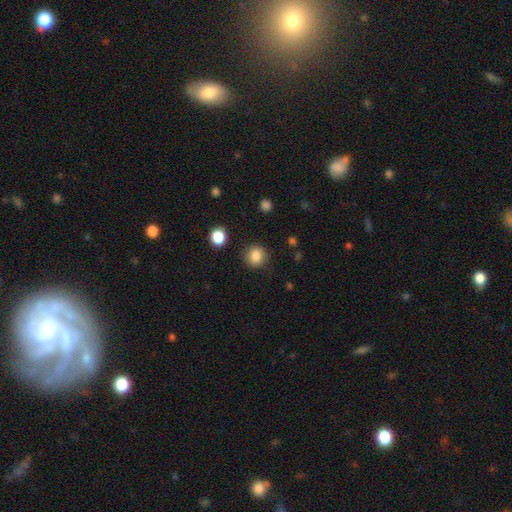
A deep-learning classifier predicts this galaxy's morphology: Smooth or featured?
  - smooth: 86% *
  - star or artifact: 10%
  - featured or disk: 4%
How rounded?
  - round: 90% *
  - in between: 9%
  - cigar-shaped: 1%
Merging?
  - none: 88% *
  - minor disturbance: 8%
  - major disturbance: 3%
  - merger: 2%